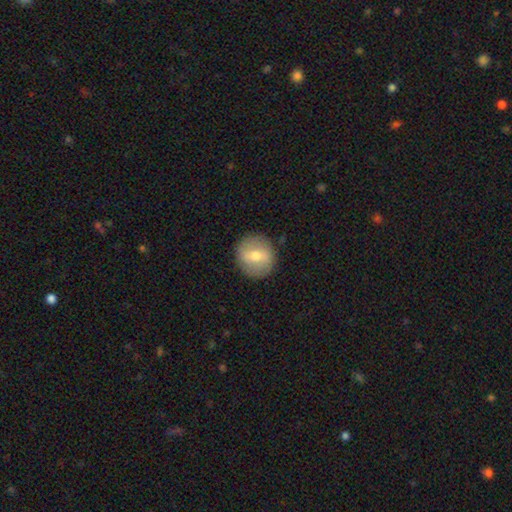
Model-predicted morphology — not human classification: A smooth galaxy with no disk features (58%) that is round (90%). Merging: none (88%).